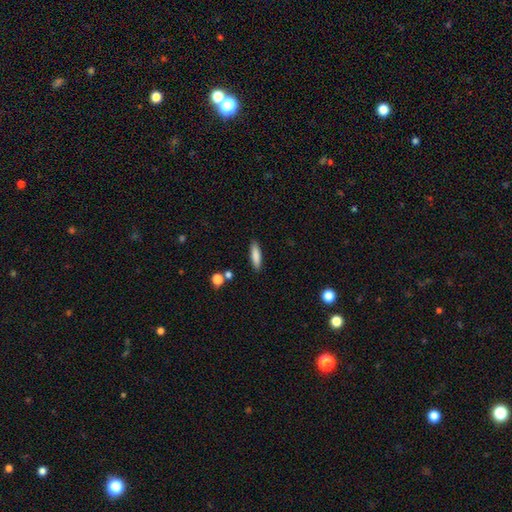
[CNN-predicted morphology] A smooth galaxy with no disk features (84%) that is cigar-shaped (69%). Merging: none (88%).